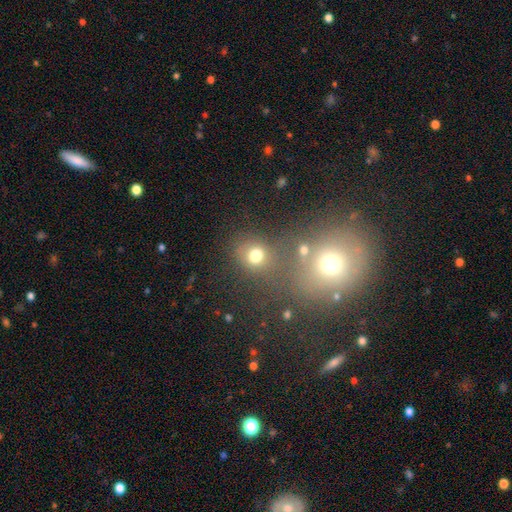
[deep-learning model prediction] smooth-or-featured: smooth: 73% | star or artifact: 18% | featured or disk: 9%
  how-rounded: round: 77% | in between: 22% | cigar-shaped: 1%
  merging: none: 61% | merger: 20% | minor disturbance: 12% | major disturbance: 7%